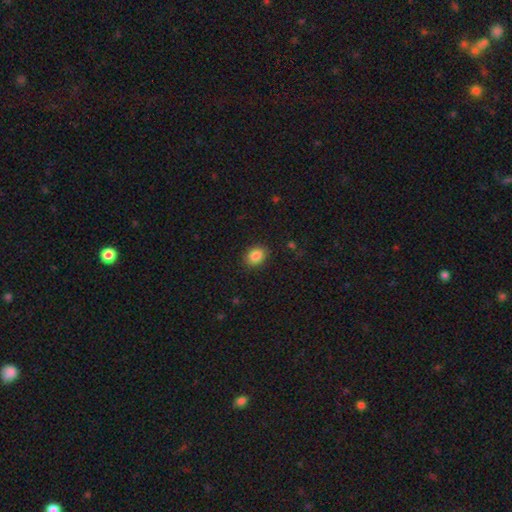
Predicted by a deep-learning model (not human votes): A smooth galaxy with no disk features (86%) that is in between round and cigar-shaped (54%).

Vote fractions:
- Smooth or featured? smooth: 86% / star or artifact: 9% / featured or disk: 5%
- How rounded? in between: 54% / round: 45% / cigar-shaped: 1%
- Merging? none: 88% / minor disturbance: 8% / major disturbance: 2% / merger: 1%